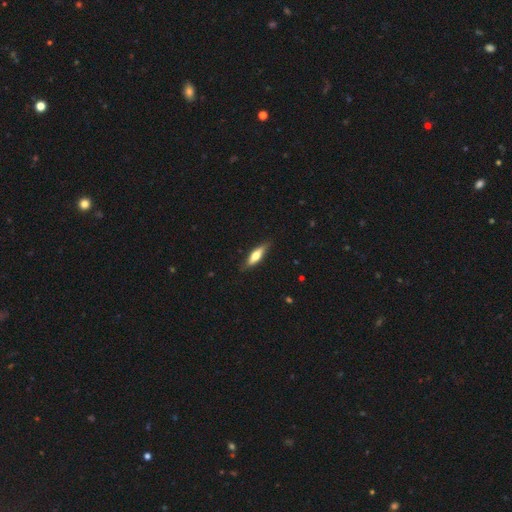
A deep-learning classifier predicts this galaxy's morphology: The model was most divided on "how rounded": cigar-shaped: 58%, in between: 40%, round: 2%. More confident: merging — none (81%); smooth or featured — smooth (61%).